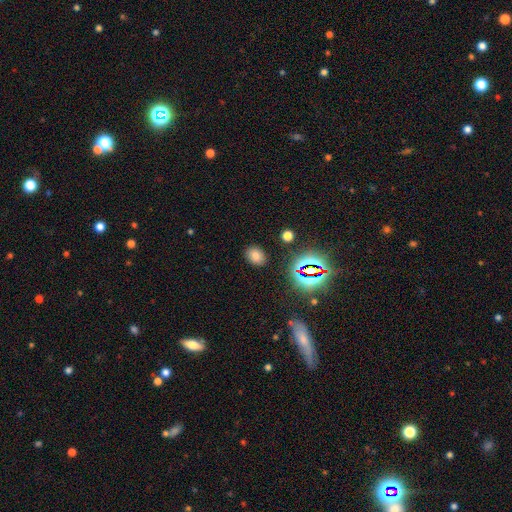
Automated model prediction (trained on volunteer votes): smooth-or-featured: smooth: 72% | star or artifact: 20% | featured or disk: 8%
  how-rounded: in between: 65% | round: 34% | cigar-shaped: 1%
  merging: none: 87% | minor disturbance: 8% | major disturbance: 3% | merger: 2%